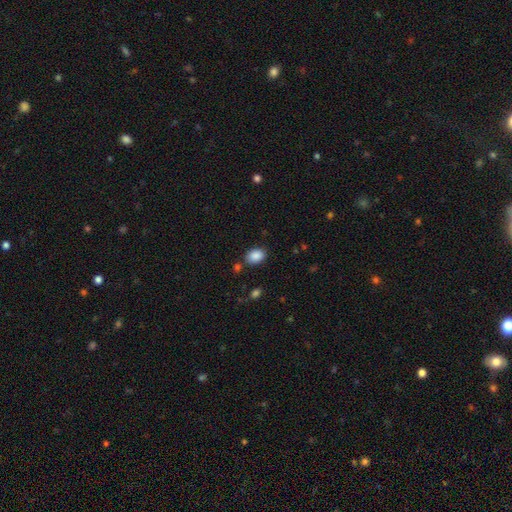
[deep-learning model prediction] Morphology: type=smooth (88%); roundness=in between (74%); merging=none (81%).